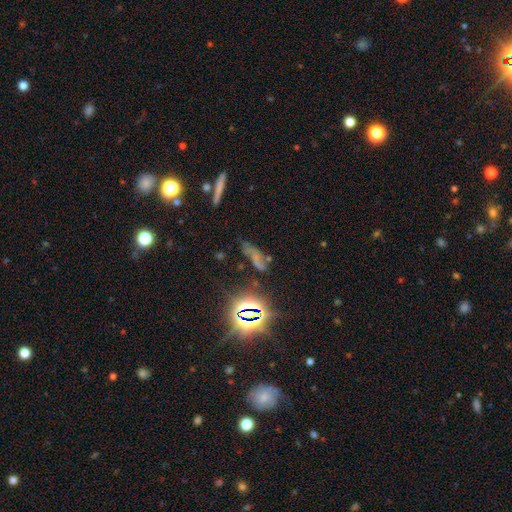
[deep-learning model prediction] Smooth or featured: star or artifact — 41% (smooth — 33%)